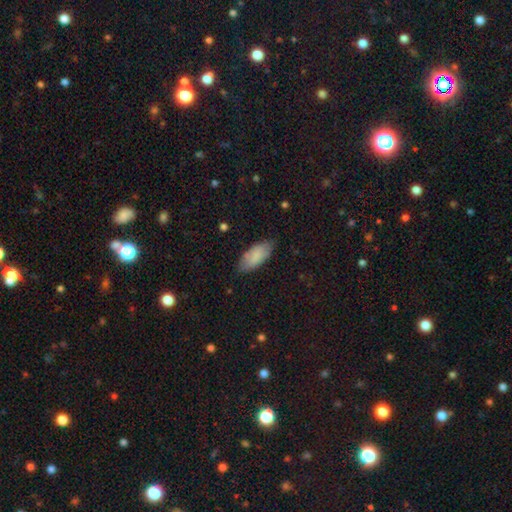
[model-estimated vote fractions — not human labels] This appears to be a smooth galaxy with no disk features (83%) that is in between round and cigar-shaped (88%). Merging: none (78%).